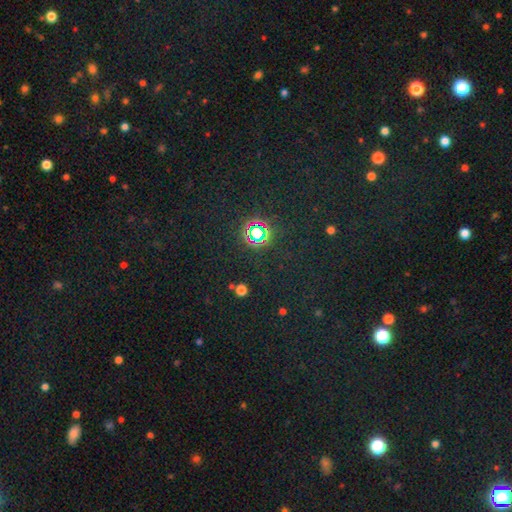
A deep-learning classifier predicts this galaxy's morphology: Smooth or featured: star or artifact — 62% (smooth — 32%)